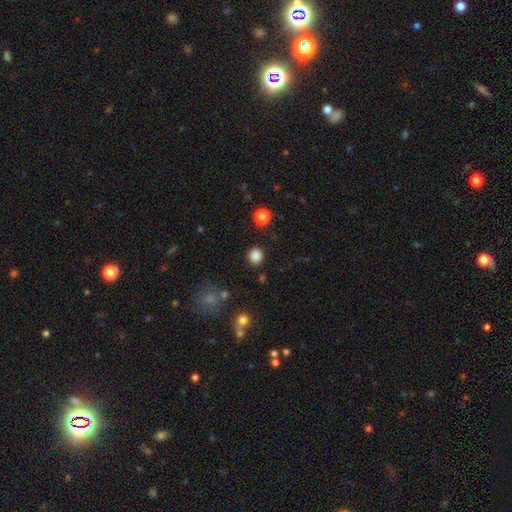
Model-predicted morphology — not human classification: Smooth or featured? Predicted: smooth (p=0.85). How rounded? Predicted: round (p=0.90). Merging? Predicted: none (p=0.89).